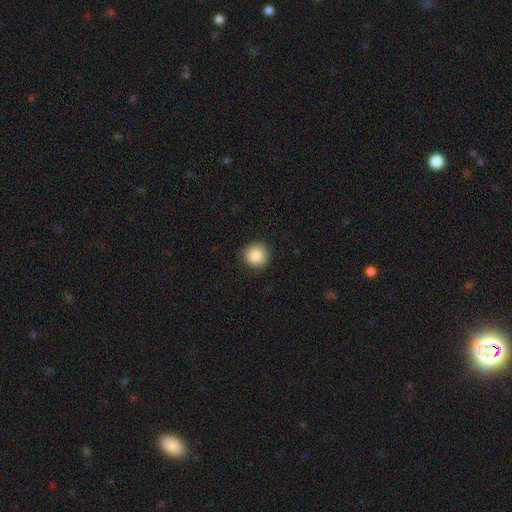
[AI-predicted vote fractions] Smooth or featured: smooth — 88% (star or artifact — 9%)
How rounded: round — 94% (in between — 5%)
Merging: none — 90% (minor disturbance — 7%)